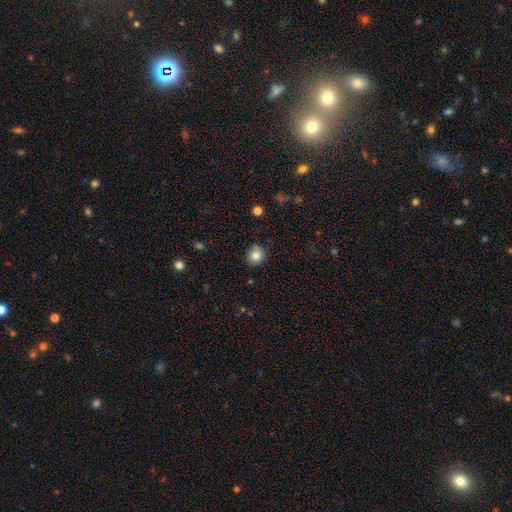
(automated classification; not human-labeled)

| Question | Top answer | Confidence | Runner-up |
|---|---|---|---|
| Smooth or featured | smooth | 82% | star or artifact (10%) |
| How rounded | round | 78% | in between (21%) |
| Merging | none | 77% | minor disturbance (17%) |